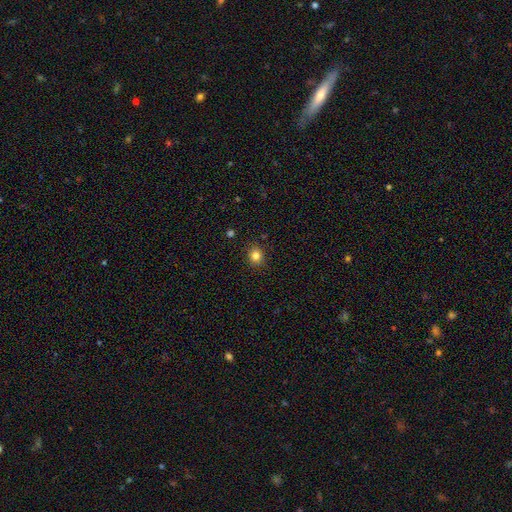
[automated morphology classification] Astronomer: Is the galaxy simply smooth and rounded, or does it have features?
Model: smooth — 82%.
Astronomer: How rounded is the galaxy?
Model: round — 74%.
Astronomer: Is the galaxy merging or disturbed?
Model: none — 90%.